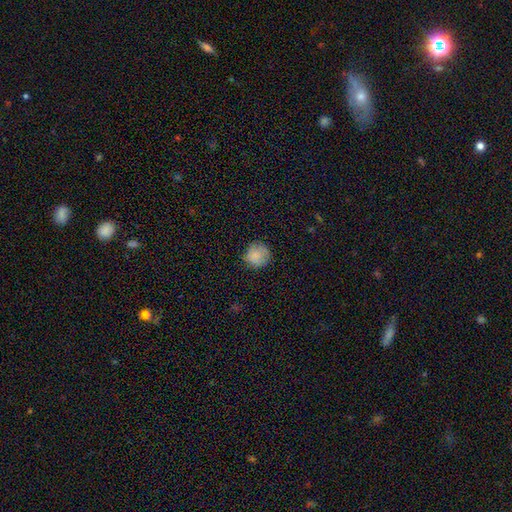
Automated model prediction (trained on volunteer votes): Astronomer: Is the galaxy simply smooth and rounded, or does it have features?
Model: smooth — 85%.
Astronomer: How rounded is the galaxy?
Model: round — 92%.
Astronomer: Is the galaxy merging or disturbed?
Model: none — 80%.